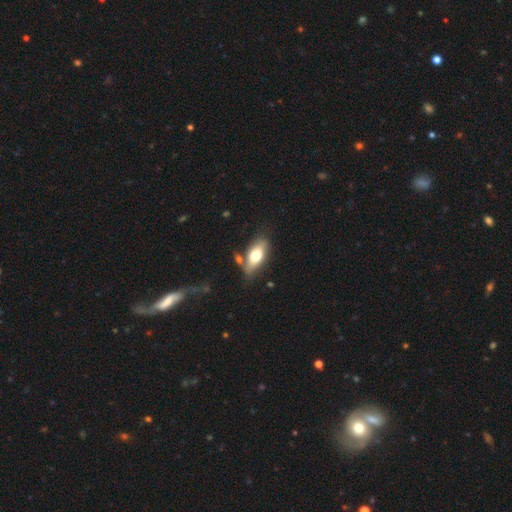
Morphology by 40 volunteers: Smooth or featured? 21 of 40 (52%) said smooth. How rounded? 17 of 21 (81%) said in between. Merging? 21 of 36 (58%) said none.